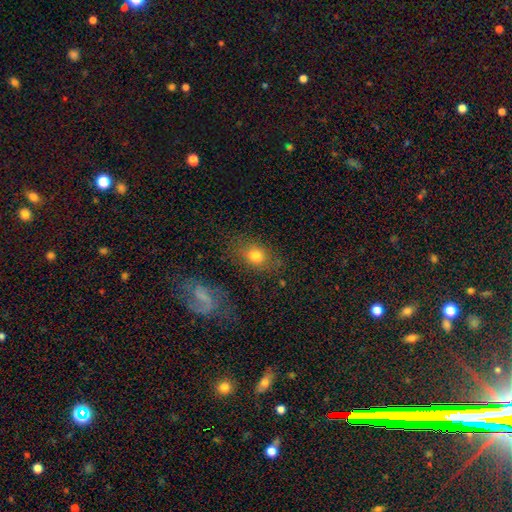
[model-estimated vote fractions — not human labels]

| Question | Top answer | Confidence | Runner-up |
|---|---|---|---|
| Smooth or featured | smooth | 73% | featured or disk (15%) |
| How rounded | in between | 59% | round (39%) |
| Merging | none | 74% | minor disturbance (14%) |